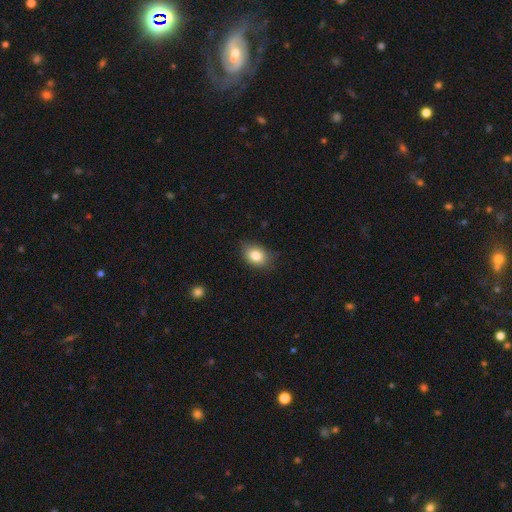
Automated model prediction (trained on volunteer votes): smooth 83%, star or artifact 9%, featured or disk 8%. Down the decision tree: how rounded — in between (72%); merging — none (79%).